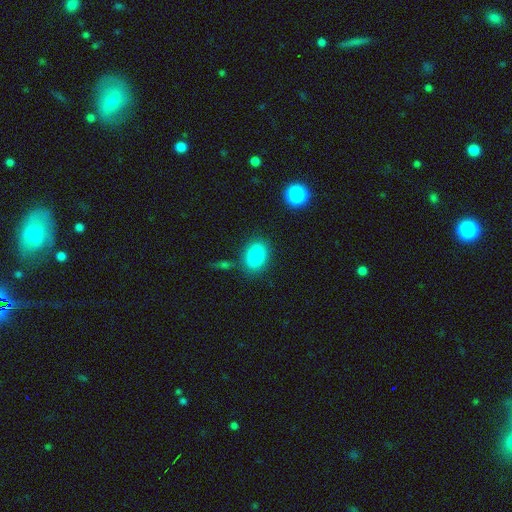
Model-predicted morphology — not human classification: This appears to be a smooth galaxy with no disk features (86%) that is in between round and cigar-shaped (77%). Merging: none (79%).